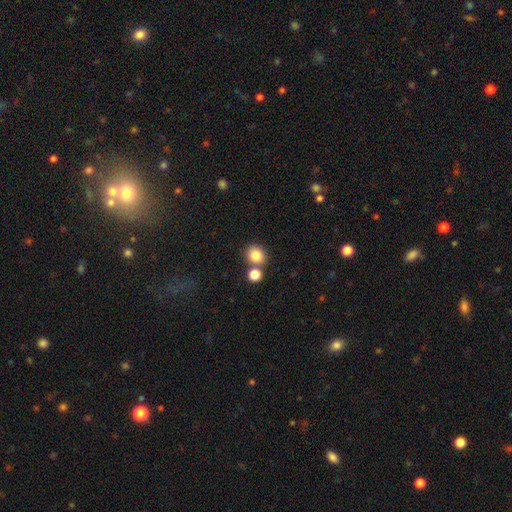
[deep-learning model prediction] This is clearly a smooth galaxy (83%). How rounded: likely round (76%). Merging: likely none (67%).